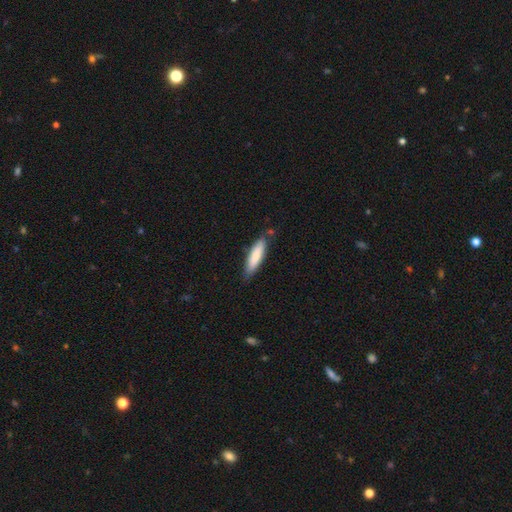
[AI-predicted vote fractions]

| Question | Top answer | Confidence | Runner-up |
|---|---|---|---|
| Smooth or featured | smooth | 82% | featured or disk (12%) |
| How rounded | cigar-shaped | 69% | in between (30%) |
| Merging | none | 76% | minor disturbance (18%) |